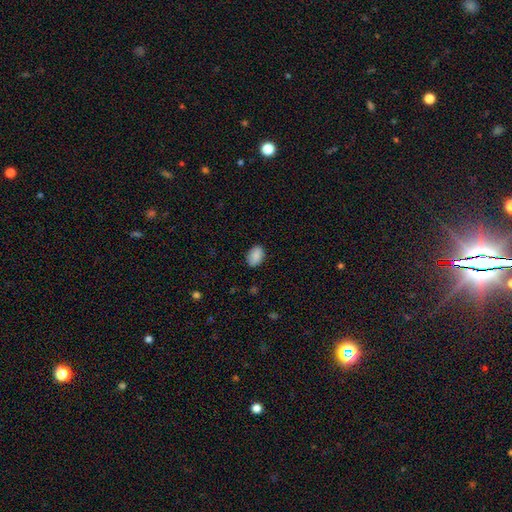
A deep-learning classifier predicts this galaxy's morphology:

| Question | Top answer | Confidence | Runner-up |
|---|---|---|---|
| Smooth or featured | smooth | 89% | star or artifact (7%) |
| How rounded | in between | 86% | round (13%) |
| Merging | none | 85% | minor disturbance (12%) |